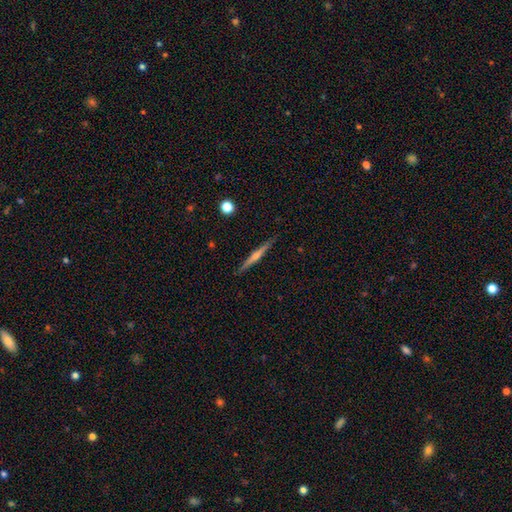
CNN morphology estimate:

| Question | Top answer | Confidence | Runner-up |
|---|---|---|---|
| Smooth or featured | featured or disk | 68% | smooth (25%) |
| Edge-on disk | yes | 98% | no (2%) |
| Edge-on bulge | rounded | 73% | none (19%) |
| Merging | none | 90% | minor disturbance (7%) |